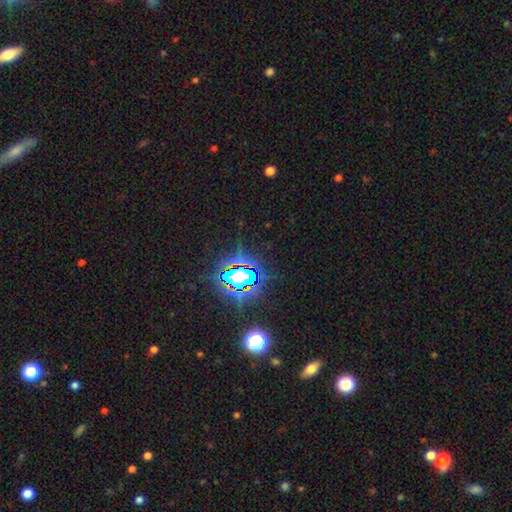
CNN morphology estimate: Q: Smooth or featured?
A: star or artifact (82%); runner-up: smooth (11%)